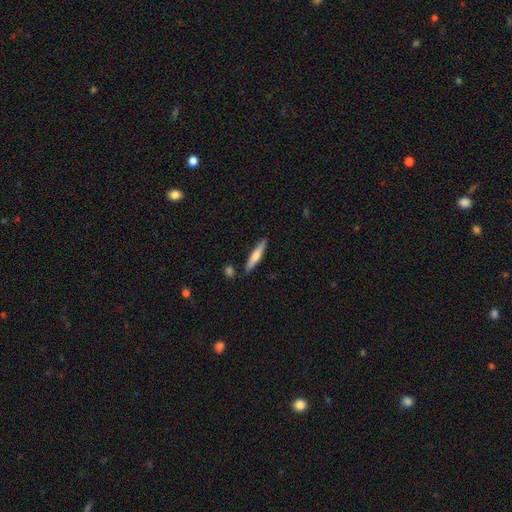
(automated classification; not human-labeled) smooth-or-featured: smooth: 59% | featured or disk: 36% | star or artifact: 5%
  how-rounded: cigar-shaped: 89% | in between: 10% | round: 2%
  merging: none: 84% | minor disturbance: 10% | merger: 4% | major disturbance: 2%